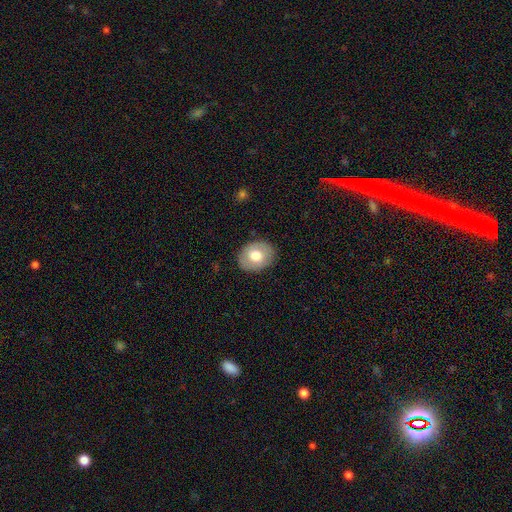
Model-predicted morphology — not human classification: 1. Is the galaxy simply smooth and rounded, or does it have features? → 68% smooth, 25% featured or disk, 7% star or artifact.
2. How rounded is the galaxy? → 55% in between, 44% round, 1% cigar-shaped.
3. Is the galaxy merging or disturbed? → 87% none, 10% minor disturbance, 3% major disturbance, 1% merger.